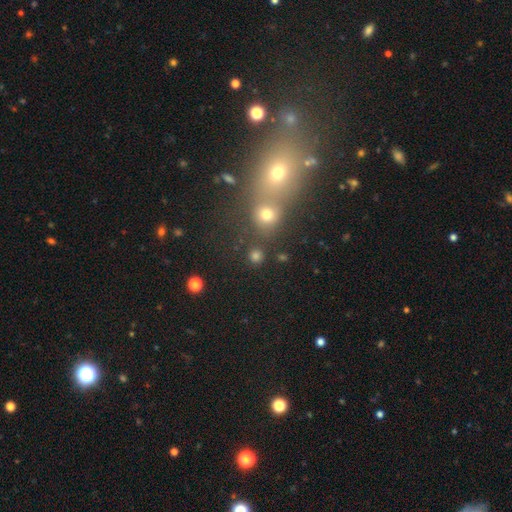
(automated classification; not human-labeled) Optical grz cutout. It shows a smooth galaxy with no disk features (77%) that is round (89%). Merging: none (79%).